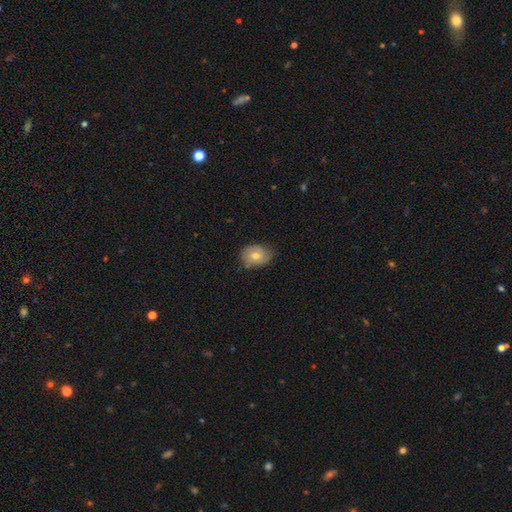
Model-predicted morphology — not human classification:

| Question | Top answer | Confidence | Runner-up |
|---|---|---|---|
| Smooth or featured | smooth | 52% | featured or disk (38%) |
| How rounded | in between | 61% | round (38%) |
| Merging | none | 73% | minor disturbance (21%) |